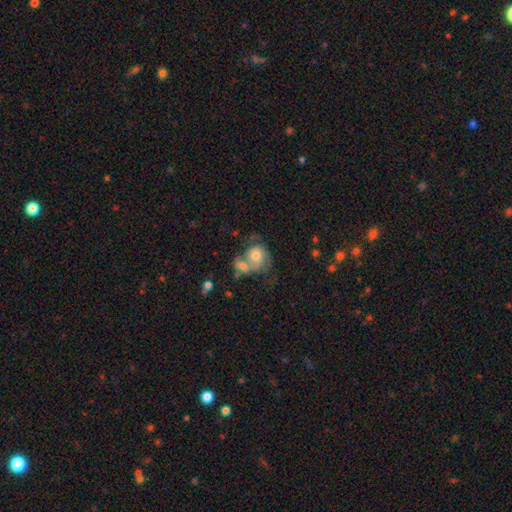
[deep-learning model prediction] smooth_or_featured: featured or disk (p=0.48) [alt: smooth p=0.45]
merging: merger (p=0.63) [alt: none p=0.16]